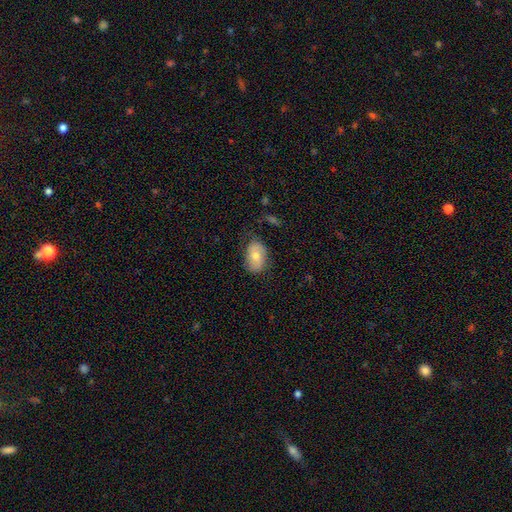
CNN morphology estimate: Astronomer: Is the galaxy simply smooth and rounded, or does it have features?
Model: smooth — 66%.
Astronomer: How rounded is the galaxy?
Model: in between — 84%.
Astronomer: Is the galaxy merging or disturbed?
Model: none — 69%.